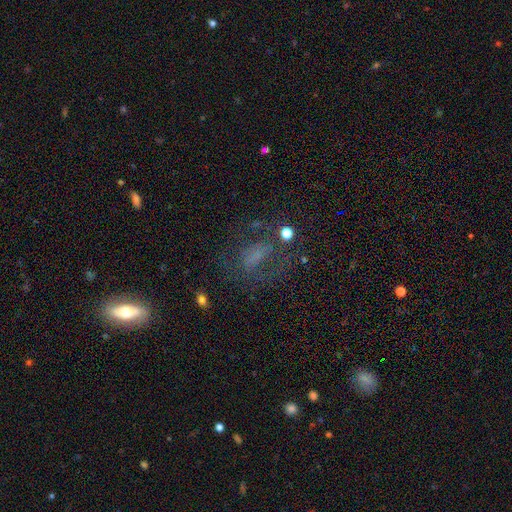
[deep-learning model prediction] featured or disk 44%, smooth 32%, star or artifact 24%. Down the decision tree: merging — none (52%).